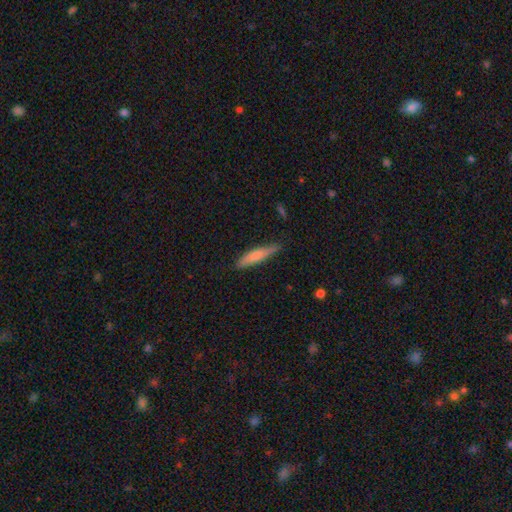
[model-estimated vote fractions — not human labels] smooth_or_featured: smooth (p=0.75) [alt: featured or disk p=0.20]
how_rounded: cigar-shaped (p=0.86) [alt: in between p=0.13]
merging: none (p=0.77) [alt: minor disturbance p=0.18]